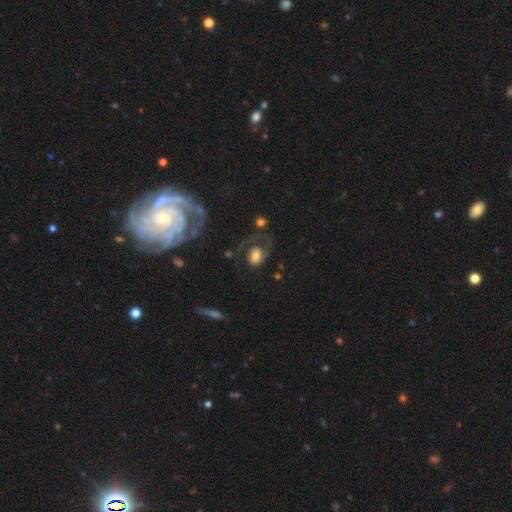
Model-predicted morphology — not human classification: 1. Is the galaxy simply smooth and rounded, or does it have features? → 46% featured or disk, 45% smooth, 9% star or artifact.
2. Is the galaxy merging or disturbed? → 42% none, 35% major disturbance, 19% minor disturbance, 5% merger.